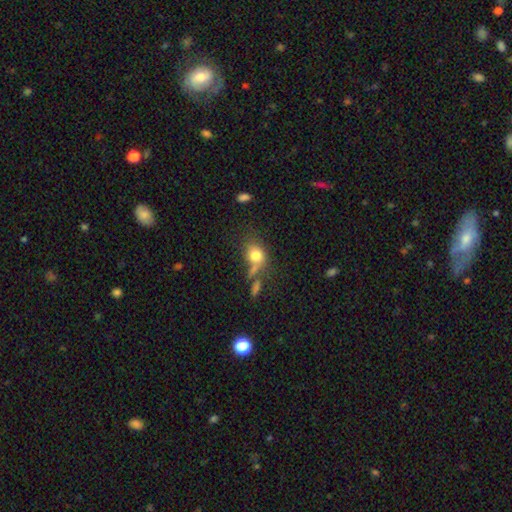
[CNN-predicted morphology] Smooth or featured?
  - smooth: 77% *
  - featured or disk: 12%
  - star or artifact: 11%
How rounded?
  - in between: 50% *
  - round: 47%
  - cigar-shaped: 2%
Merging?
  - none: 47% *
  - merger: 23%
  - minor disturbance: 17%
  - major disturbance: 13%